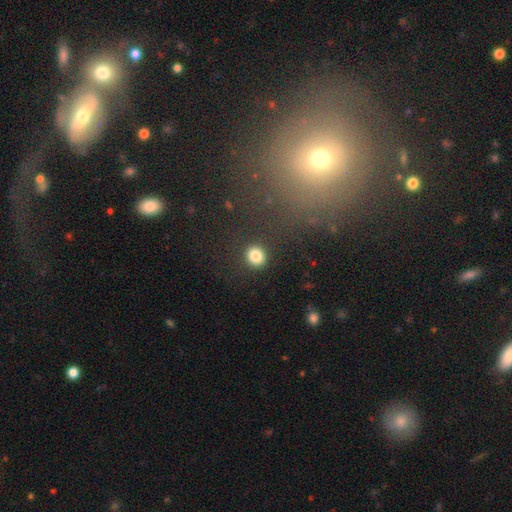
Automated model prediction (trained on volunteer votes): smooth_or_featured: smooth (p=0.84) [alt: star or artifact p=0.11]
how_rounded: round (p=0.79) [alt: in between p=0.20]
merging: none (p=0.89) [alt: minor disturbance p=0.07]